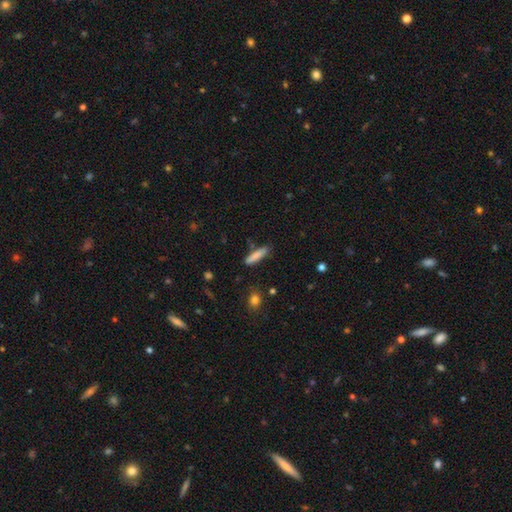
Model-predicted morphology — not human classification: A smooth galaxy with no disk features (83%) that is cigar-shaped (80%). Merging: none (83%).